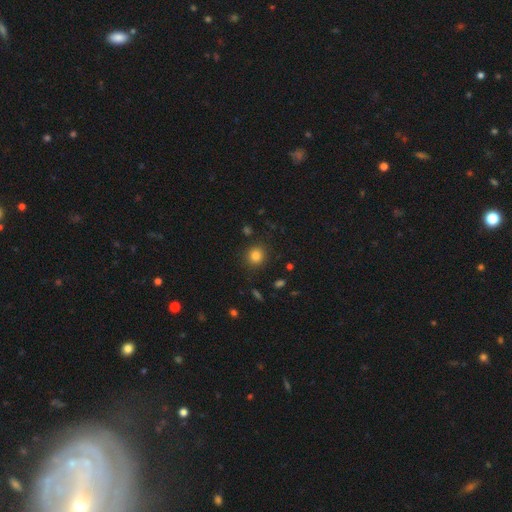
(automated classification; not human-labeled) Smooth or featured? smooth (83%)
How rounded? round (84%)
Merging? none (88%)